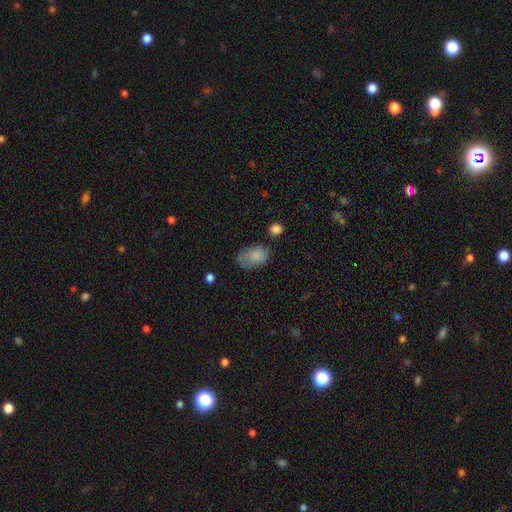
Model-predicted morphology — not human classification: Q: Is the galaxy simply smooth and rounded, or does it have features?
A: smooth — 83%.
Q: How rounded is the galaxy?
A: in between — 89%.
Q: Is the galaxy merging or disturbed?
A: none — 56%.